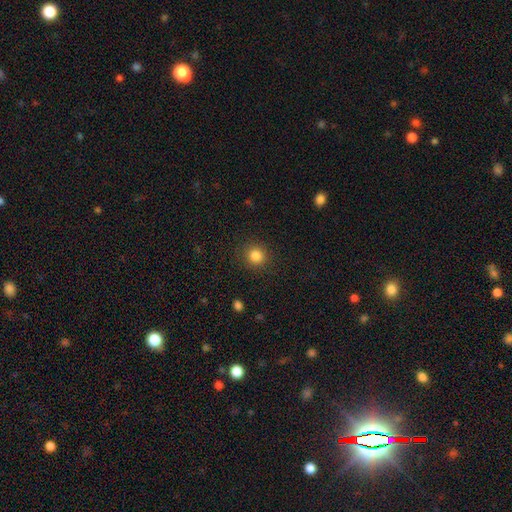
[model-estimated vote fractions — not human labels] Q: Smooth or featured?
A: smooth (84%); runner-up: star or artifact (11%)
Q: How rounded?
A: round (90%); runner-up: in between (9%)
Q: Merging?
A: none (90%); runner-up: minor disturbance (7%)